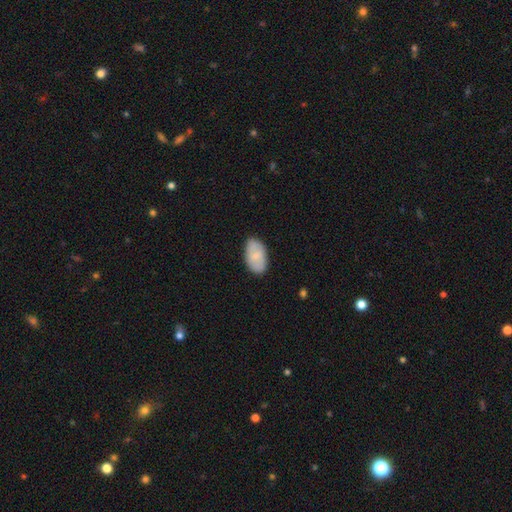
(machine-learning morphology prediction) type=smooth (74%); roundness=in between (94%); merging=none (82%).